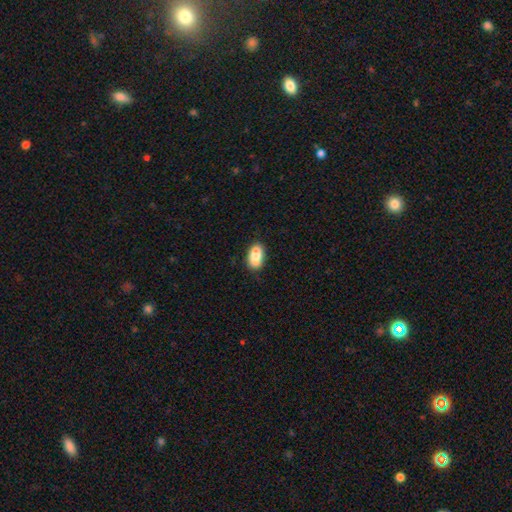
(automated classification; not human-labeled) Morphology: type=smooth (80%); roundness=in between (90%); merging=none (68%).